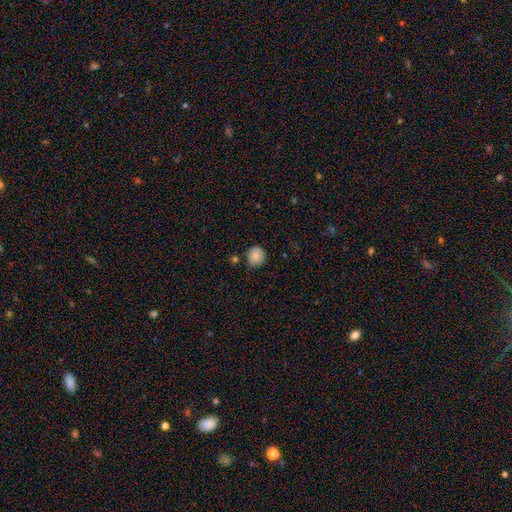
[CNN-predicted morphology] The model was most divided on "merging": none: 79%, minor disturbance: 15%, merger: 3%, major disturbance: 3%. More confident: smooth or featured — smooth (85%); how rounded — round (82%).